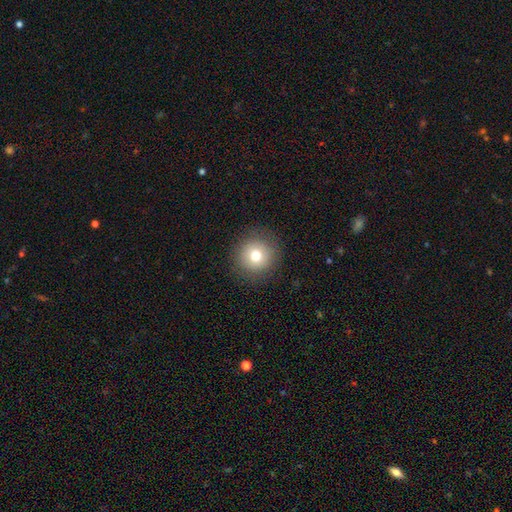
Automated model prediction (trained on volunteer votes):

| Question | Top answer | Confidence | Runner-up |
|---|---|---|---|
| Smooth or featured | smooth | 76% | featured or disk (12%) |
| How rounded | round | 94% | in between (5%) |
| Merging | none | 89% | minor disturbance (7%) |